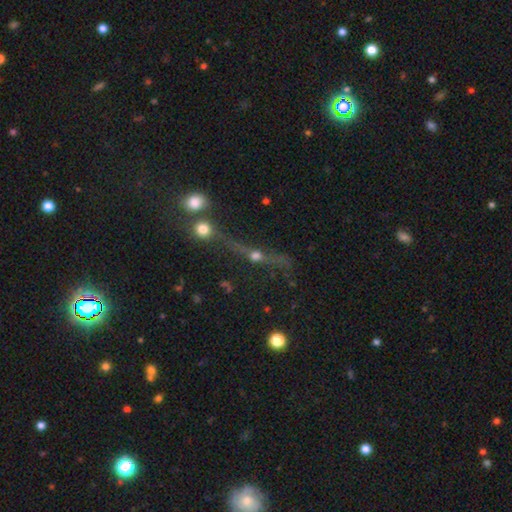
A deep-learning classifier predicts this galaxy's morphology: type=featured or disk (43%); merging=none (52%).